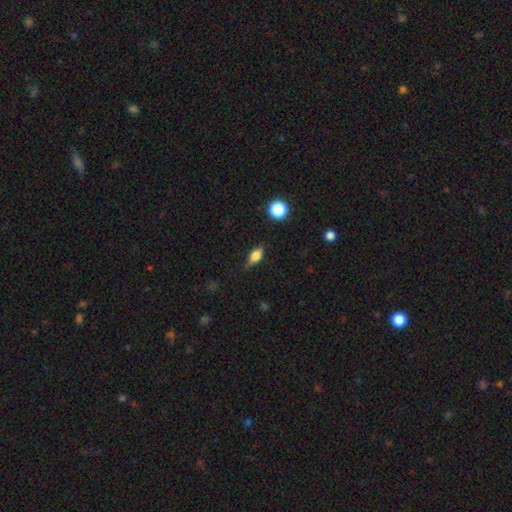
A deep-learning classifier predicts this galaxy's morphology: type=smooth (70%); roundness=in between (76%); merging=none (72%).